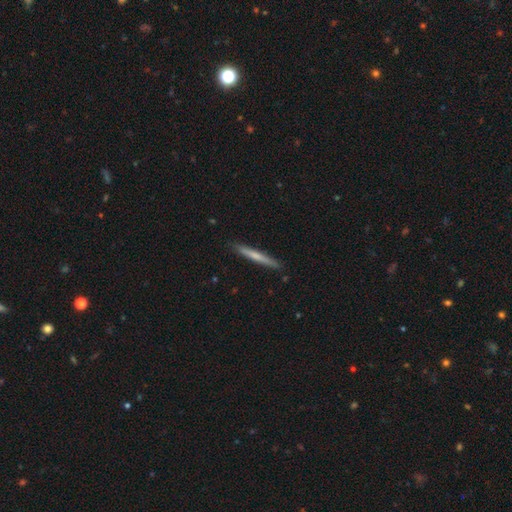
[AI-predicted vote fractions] smooth_or_featured: smooth (p=0.57) [alt: featured or disk p=0.38]
how_rounded: cigar-shaped (p=0.96) [alt: in between p=0.03]
merging: none (p=0.89) [alt: minor disturbance p=0.08]